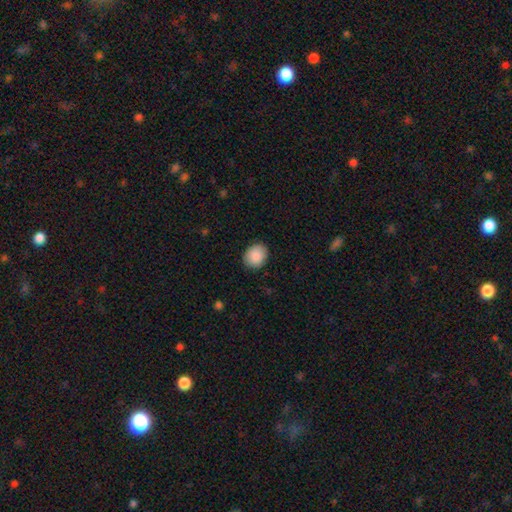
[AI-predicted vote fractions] The model was most divided on "how rounded": round: 57%, in between: 42%, cigar-shaped: 1%. More confident: smooth or featured — smooth (90%); merging — none (87%).